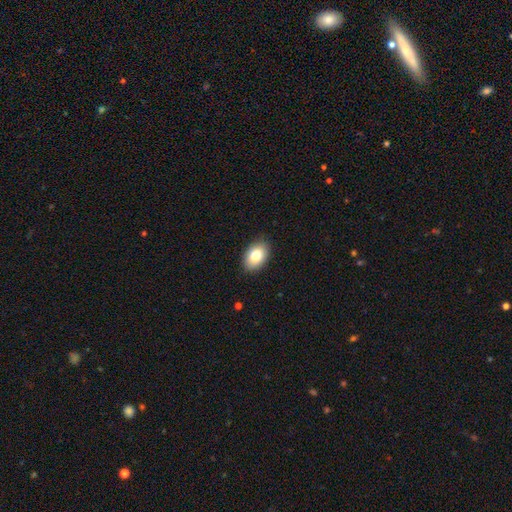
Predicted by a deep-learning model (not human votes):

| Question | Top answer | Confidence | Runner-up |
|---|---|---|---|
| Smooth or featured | smooth | 82% | featured or disk (11%) |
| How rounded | in between | 88% | round (11%) |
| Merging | none | 88% | minor disturbance (9%) |